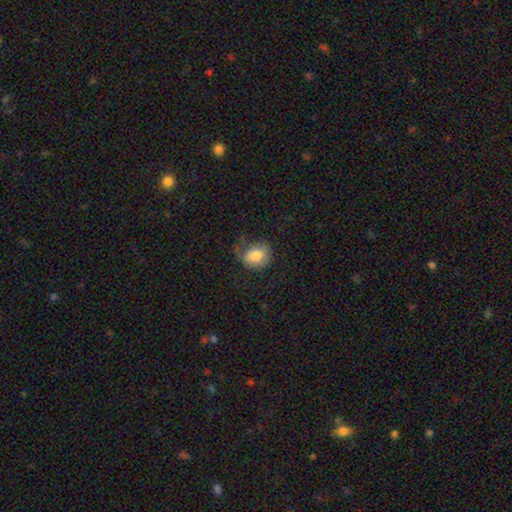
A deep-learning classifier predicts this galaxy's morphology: type=smooth (77%); roundness=round (50%); merging=none (51%).